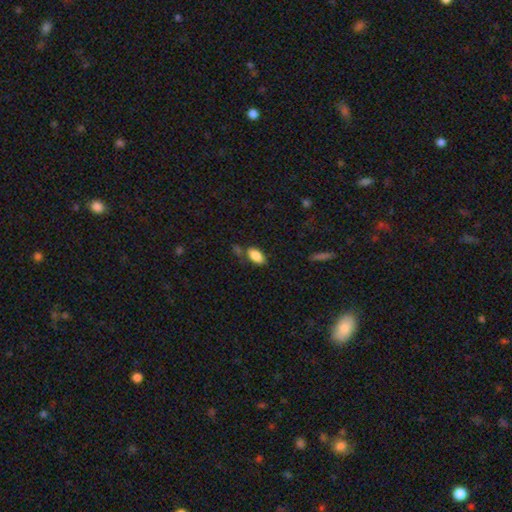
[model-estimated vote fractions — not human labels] smooth_or_featured: smooth (p=0.86) [alt: star or artifact p=0.07]
how_rounded: in between (p=0.92) [alt: cigar-shaped p=0.05]
merging: none (p=0.69) [alt: minor disturbance p=0.17]